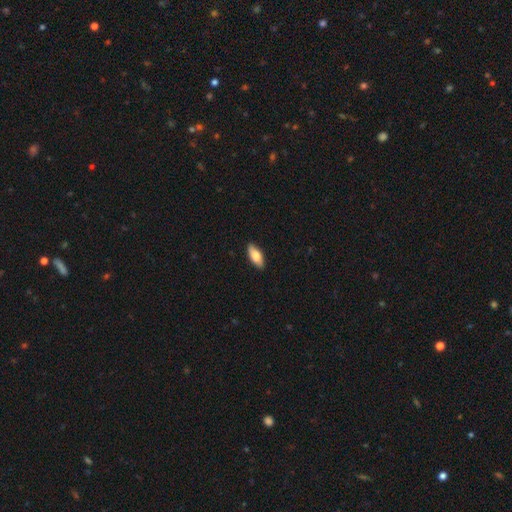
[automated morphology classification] Smooth or featured? smooth (78%)
How rounded? in between (83%)
Merging? none (87%)